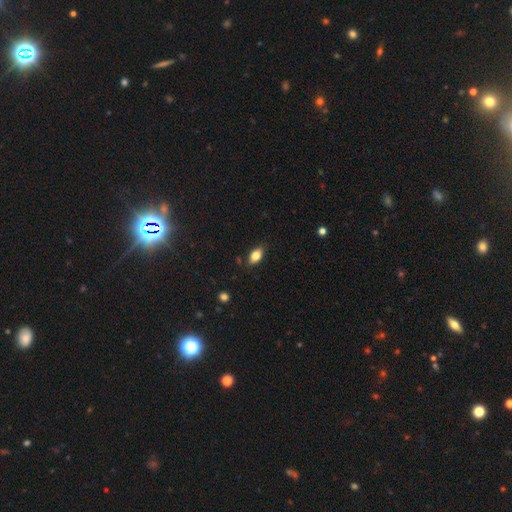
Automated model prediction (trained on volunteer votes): A smooth galaxy with no disk features (80%) that is in between round and cigar-shaped (87%). Merging: none (82%).